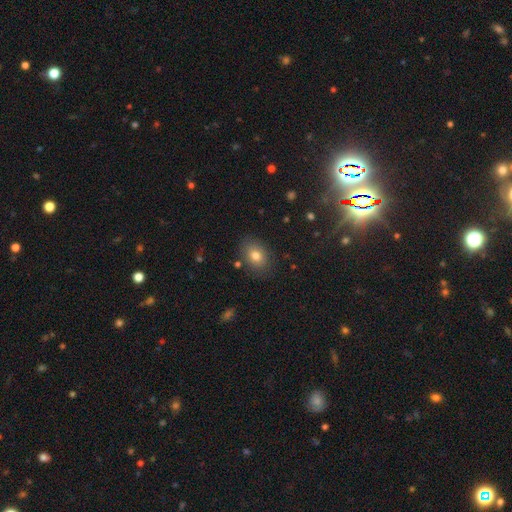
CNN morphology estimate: Smooth or featured? Predicted: smooth (p=0.77). How rounded? Predicted: in between (p=0.67). Merging? Predicted: none (p=0.82).